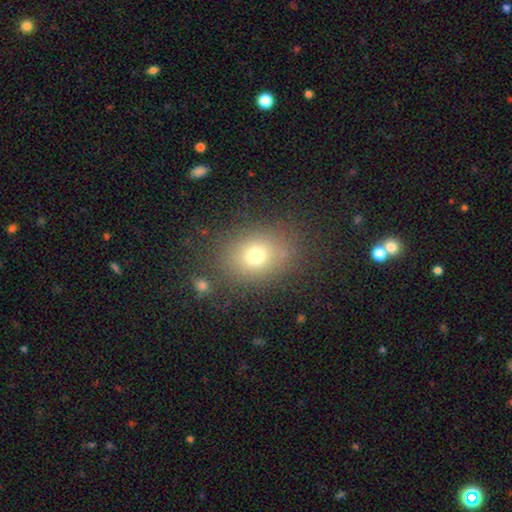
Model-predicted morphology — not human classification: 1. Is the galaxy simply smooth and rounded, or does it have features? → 73% smooth, 15% star or artifact, 12% featured or disk.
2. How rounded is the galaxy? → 50% in between, 49% round, 1% cigar-shaped.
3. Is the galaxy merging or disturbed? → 80% none, 12% minor disturbance, 5% major disturbance, 3% merger.